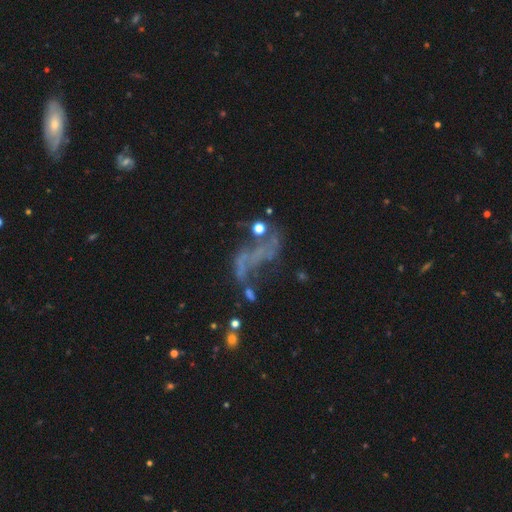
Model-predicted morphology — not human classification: A featured or disk galaxy (56%) with no bar (78%), no spiral arms (73%) and no central bulge (81%).

Vote fractions:
- Smooth or featured? featured or disk: 56% / star or artifact: 26% / smooth: 18%
- Edge-on disk? no: 94% / yes: 6%
- Bar? no: 78% / weak: 13% / strong: 8%
- Spiral arms? no: 73% / yes: 27%
- Bulge size? none: 81% / small: 12% / moderate: 4% / large: 2% / dominant: 1%
- Merging? major disturbance: 41% / none: 28% / merger: 19% / minor disturbance: 13%